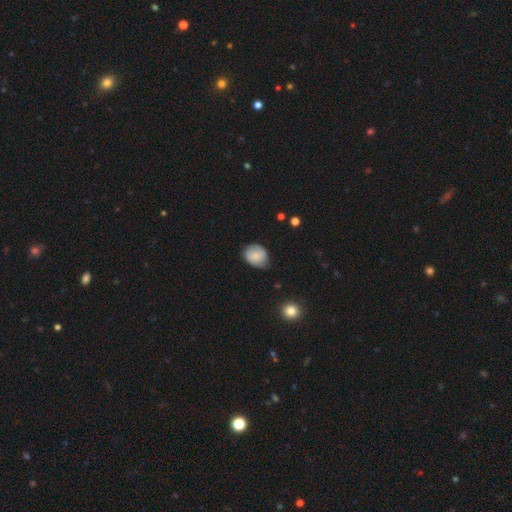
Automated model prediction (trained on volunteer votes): This appears to be a smooth galaxy with no disk features (78%) that is round (50%). Merging: none (61%).